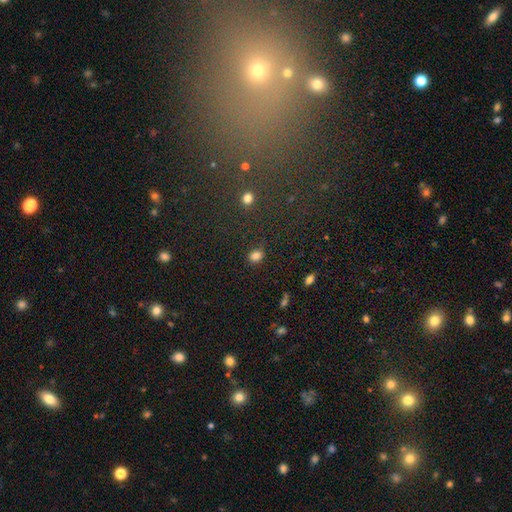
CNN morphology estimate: Smooth or featured: smooth — 83% (star or artifact — 13%)
How rounded: in between — 52% (round — 47%)
Merging: none — 80% (minor disturbance — 14%)